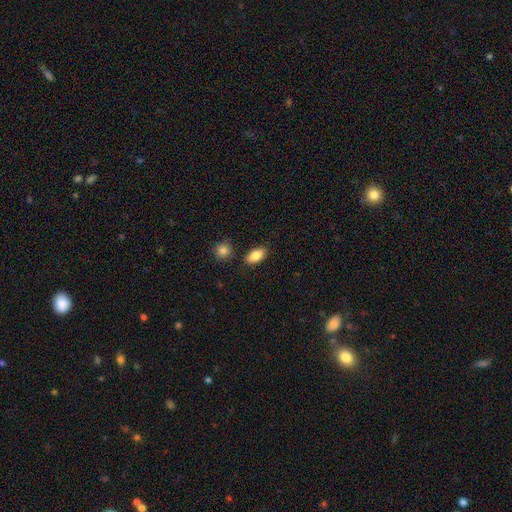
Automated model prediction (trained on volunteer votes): A smooth galaxy with no disk features (85%) that is in between round and cigar-shaped (91%). Merging: none (85%).